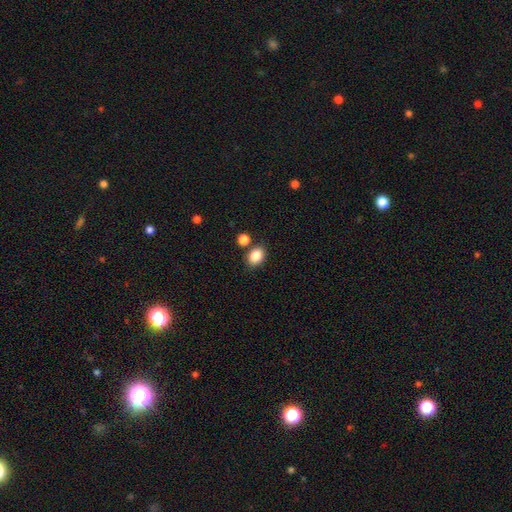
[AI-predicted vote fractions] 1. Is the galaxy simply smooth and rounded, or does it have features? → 86% smooth, 9% star or artifact, 4% featured or disk.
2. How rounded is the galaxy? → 65% in between, 34% round, 1% cigar-shaped.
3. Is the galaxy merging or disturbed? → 77% none, 11% minor disturbance, 9% merger, 3% major disturbance.